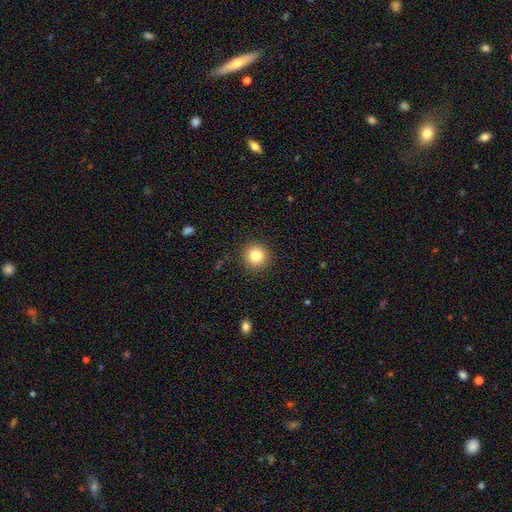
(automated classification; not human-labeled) Overall: smooth (82%). How rounded: round (94%). Merging: none (91%).